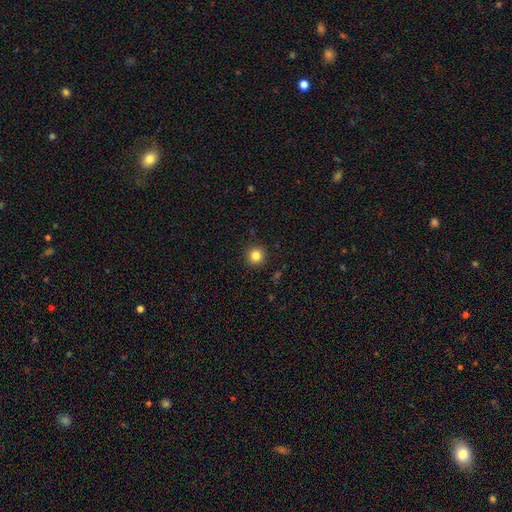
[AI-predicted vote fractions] Overall: smooth (84%). How rounded: round (95%). Merging: none (93%).